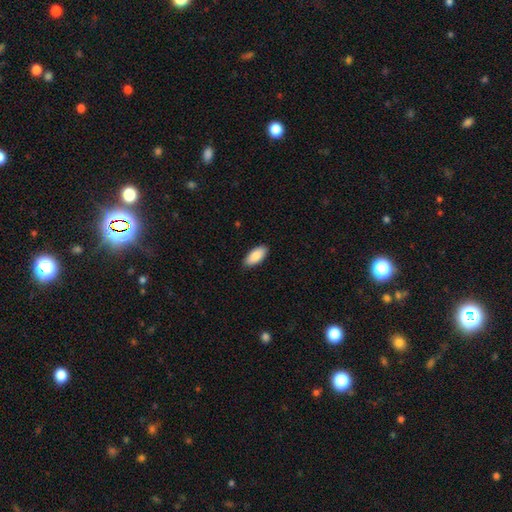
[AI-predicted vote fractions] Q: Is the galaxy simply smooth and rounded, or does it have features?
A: smooth — 88%.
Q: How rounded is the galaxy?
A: in between — 90%.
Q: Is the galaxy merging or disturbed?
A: none — 88%.